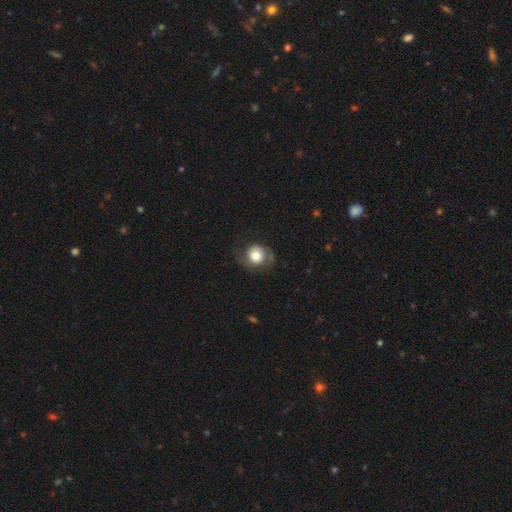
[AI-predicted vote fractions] This is possibly a smooth galaxy (59%). How rounded: likely round (80%). Merging: likely none (61%).